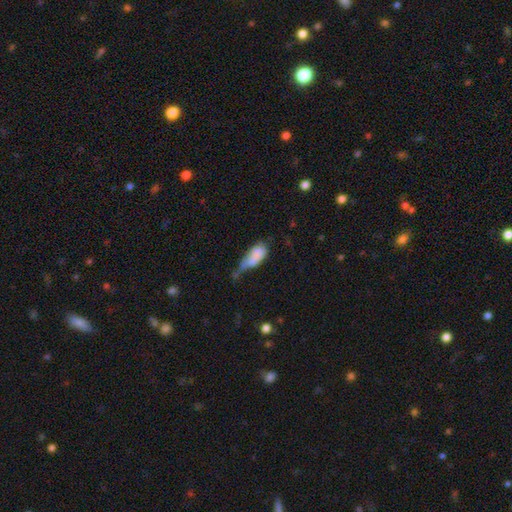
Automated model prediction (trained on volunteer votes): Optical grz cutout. It shows a smooth galaxy with no disk features (73%) that is in between round and cigar-shaped (85%). Merging: major disturbance (39%).